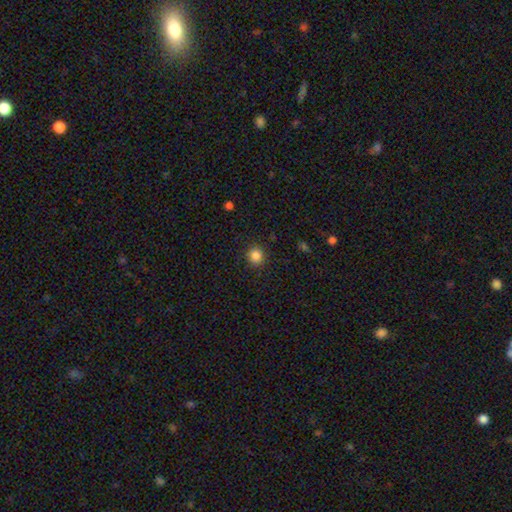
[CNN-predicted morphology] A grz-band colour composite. It shows a smooth galaxy with no disk features (85%) that is round (88%). Merging: none (89%).